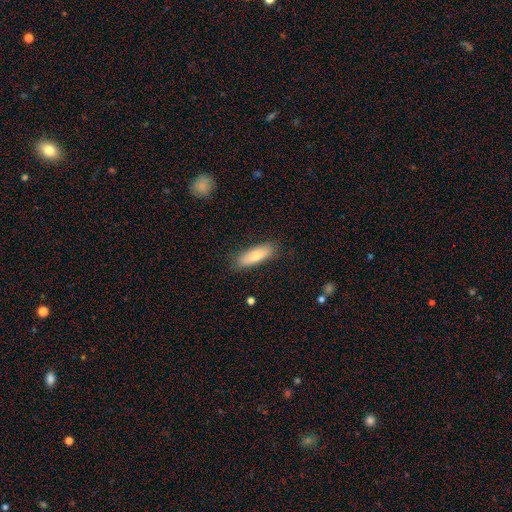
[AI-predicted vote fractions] This appears to be a smooth galaxy with no disk features (74%) that is cigar-shaped (51%). Merging: none (84%).